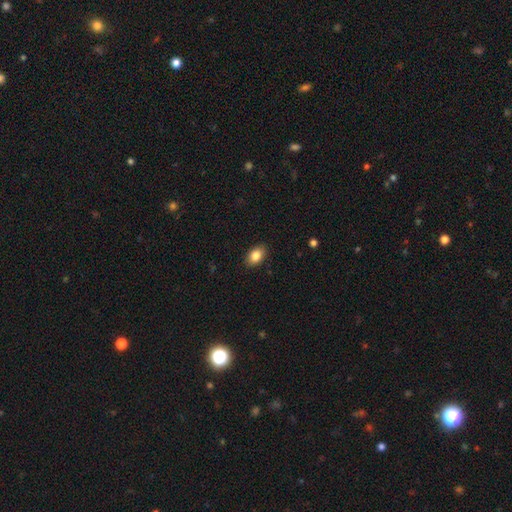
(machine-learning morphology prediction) This appears to be a smooth galaxy with no disk features (85%) that is in between round and cigar-shaped (85%). Merging: none (88%).